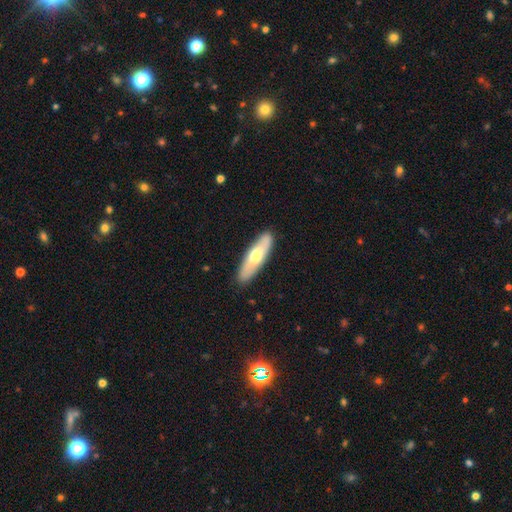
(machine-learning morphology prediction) A smooth galaxy with no disk features (56%) that is cigar-shaped (56%). Merging: none (87%).